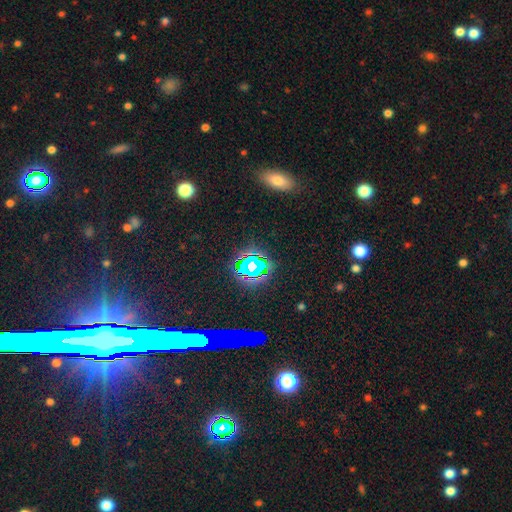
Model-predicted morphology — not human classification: This is possibly a star or artifact rather than a galaxy (58%).